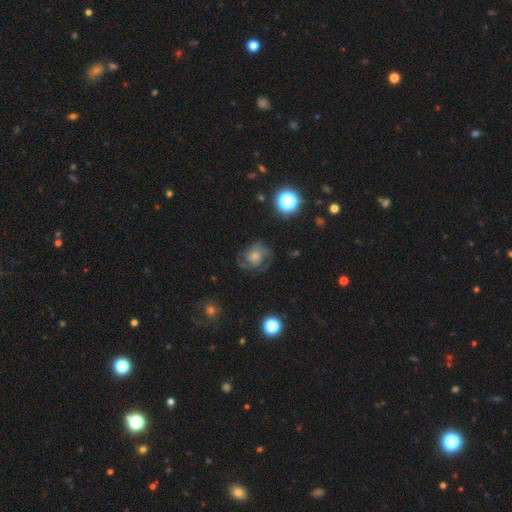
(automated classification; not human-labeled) Overall: featured or disk (67%). Edge-on disk: no (98%). Bar: no (76%). Spiral arms: yes (91%). Spiral arm count: 2 (33%; can't tell 28%). Spiral winding: tight (48%; medium 40%). Bulge size: moderate (46%; small 39%). Merging: none (70%).